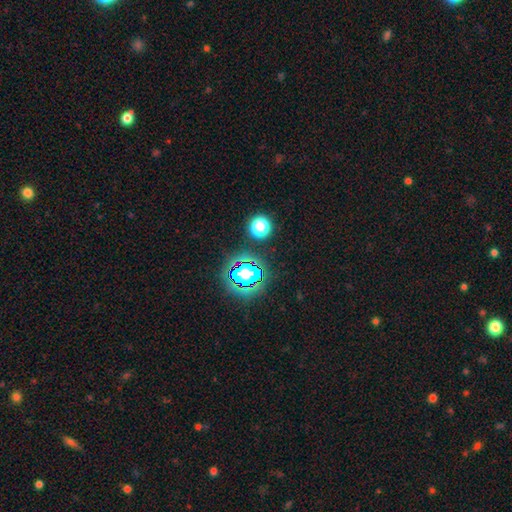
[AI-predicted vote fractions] Morphology: type=star or artifact (79%).